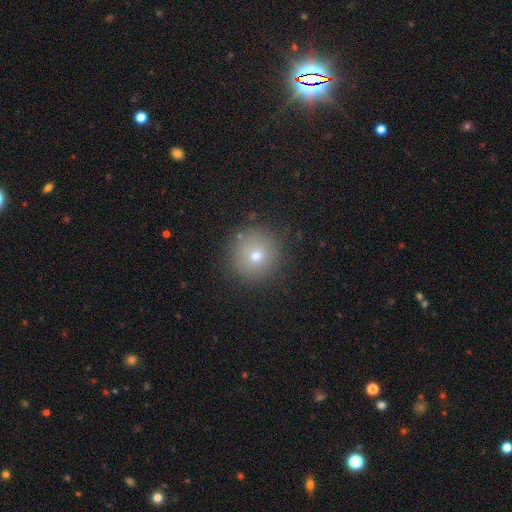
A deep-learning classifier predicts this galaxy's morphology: Smooth or featured?
  - smooth: 71% *
  - star or artifact: 16%
  - featured or disk: 13%
How rounded?
  - round: 95% *
  - in between: 4%
  - cigar-shaped: 1%
Merging?
  - none: 88% *
  - minor disturbance: 7%
  - major disturbance: 3%
  - merger: 2%